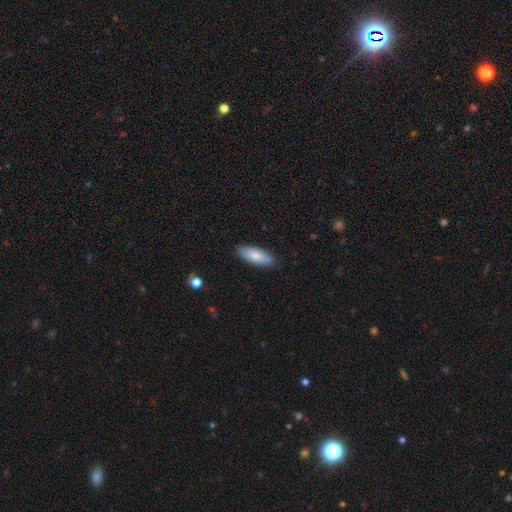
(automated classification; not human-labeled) This is likely a smooth galaxy (79%). How rounded: likely in between (62%). Merging: clearly none (85%).